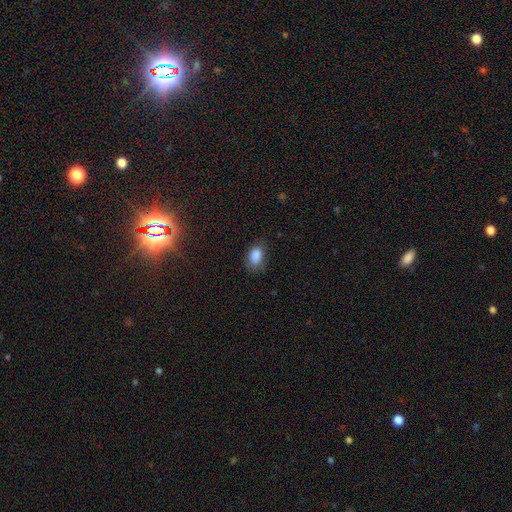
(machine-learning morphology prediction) smooth 86%, star or artifact 9%, featured or disk 5%. Down the decision tree: how rounded — in between (85%); merging — none (68%).